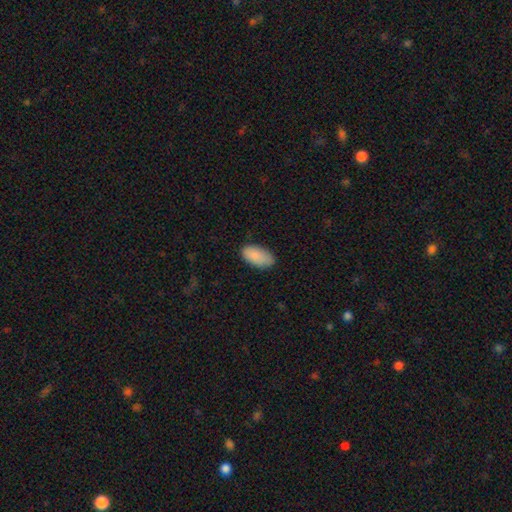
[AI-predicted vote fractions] A smooth galaxy with no disk features (88%) that is in between round and cigar-shaped (95%).

Vote fractions:
- Smooth or featured? smooth: 88% / star or artifact: 6% / featured or disk: 6%
- How rounded? in between: 95% / cigar-shaped: 3% / round: 3%
- Merging? none: 76% / minor disturbance: 19% / major disturbance: 3% / merger: 1%